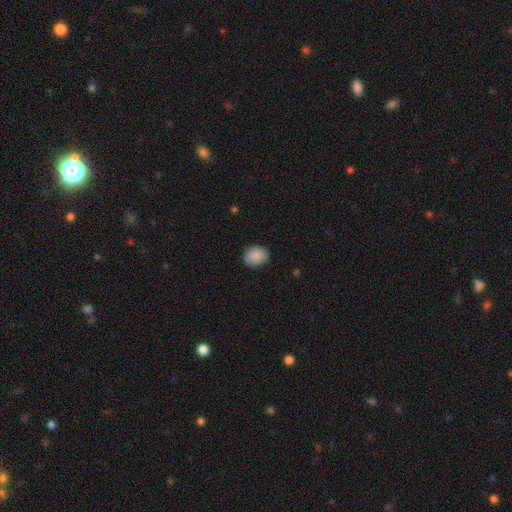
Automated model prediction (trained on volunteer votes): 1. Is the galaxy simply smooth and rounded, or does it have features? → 90% smooth, 7% star or artifact, 3% featured or disk.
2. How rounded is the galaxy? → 55% round, 44% in between, 1% cigar-shaped.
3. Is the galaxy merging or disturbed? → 86% none, 10% minor disturbance, 2% major disturbance, 1% merger.